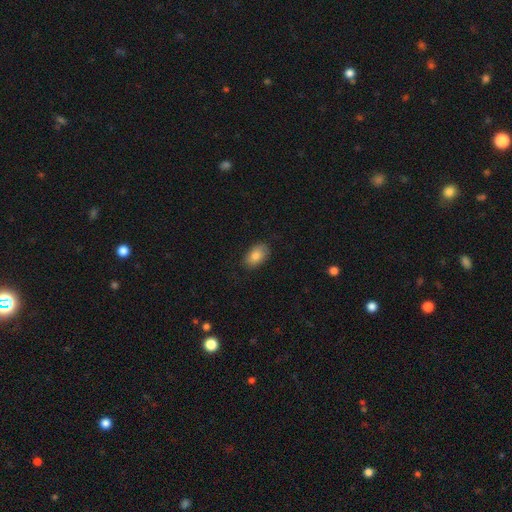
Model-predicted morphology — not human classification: A smooth galaxy with no disk features (83%) that is in between round and cigar-shaped (90%). Merging: none (83%).